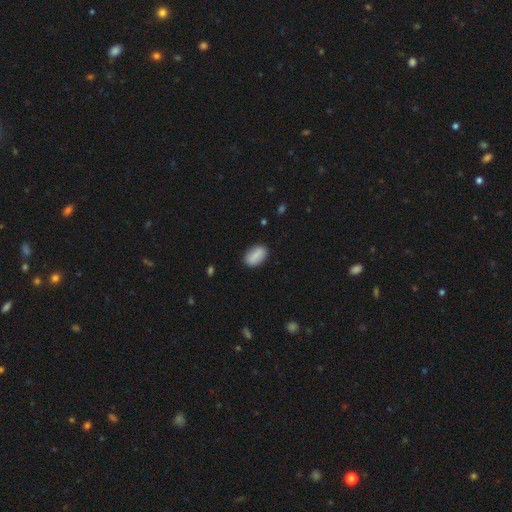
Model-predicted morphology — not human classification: This is clearly a smooth galaxy (81%). How rounded: clearly in between (90%). Merging: clearly none (85%).